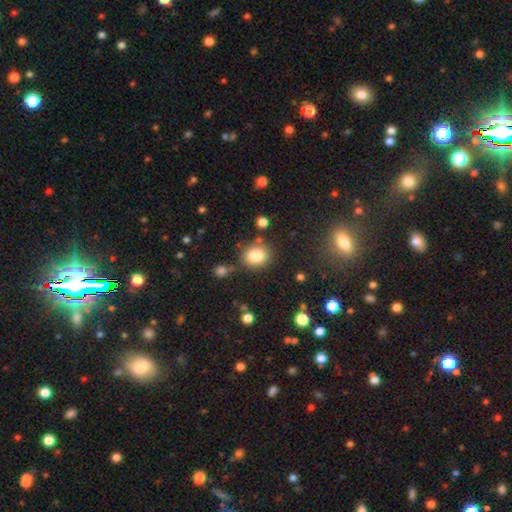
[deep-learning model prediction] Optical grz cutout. It shows a smooth galaxy with no disk features (83%) that is round (68%). Merging: none (77%).